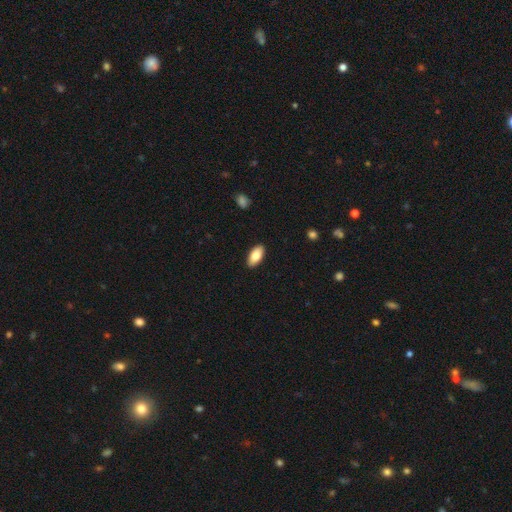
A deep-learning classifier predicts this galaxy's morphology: Overall: smooth (82%). How rounded: in between (92%). Merging: none (90%).